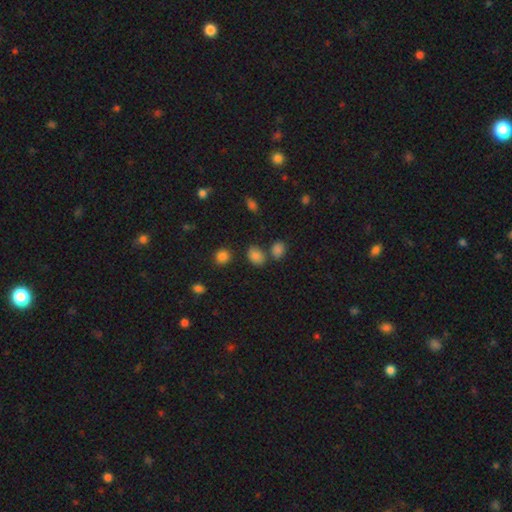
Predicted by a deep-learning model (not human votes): This is likely a smooth galaxy (80%). How rounded: likely in between (70%). Merging: likely none (70%).